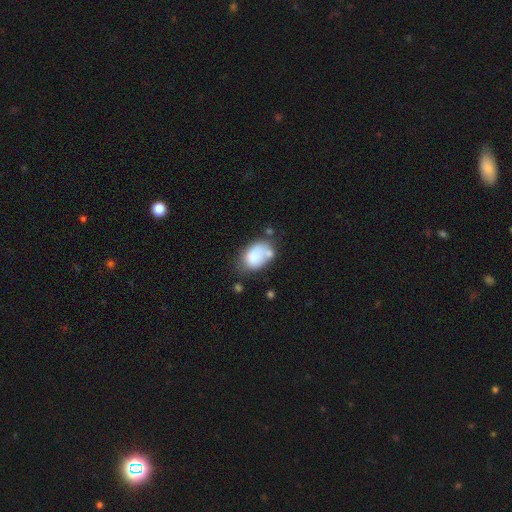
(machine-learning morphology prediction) type=smooth (73%); roundness=in between (83%); merging=none (36%).